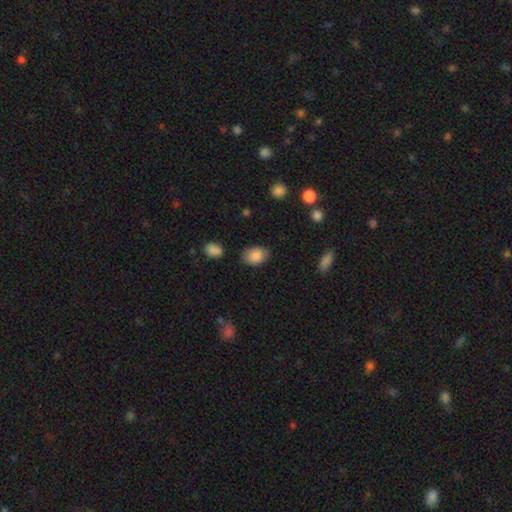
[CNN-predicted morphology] This is clearly a smooth galaxy (86%). How rounded: clearly in between (84%). Merging: clearly none (81%).